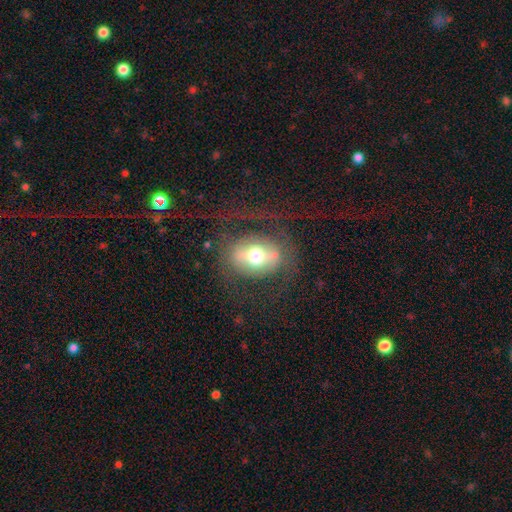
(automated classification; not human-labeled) The model was most divided on "smooth or featured": featured or disk: 52%, smooth: 40%, star or artifact: 9%. More confident: edge-on disk — no (85%); merging — none (63%).